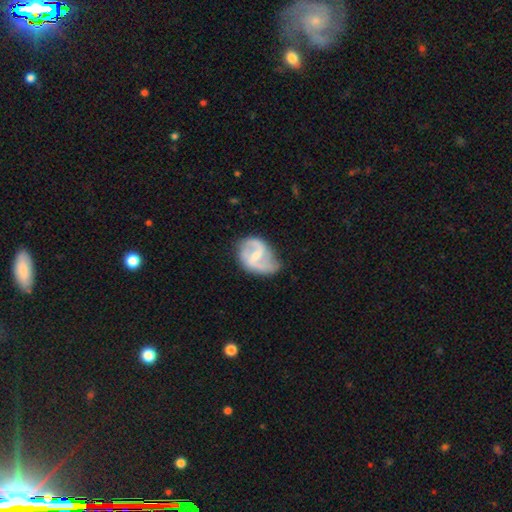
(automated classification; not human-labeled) Overall: featured or disk (79%). Edge-on disk: no (98%). Bar: weak (55%; strong 25%). Spiral arms: yes (91%). Spiral arm count: 2 (81%). Spiral winding: loose (44%; medium 43%). Bulge size: small (54%; moderate 33%). Merging: none (49%; minor disturbance 32%).